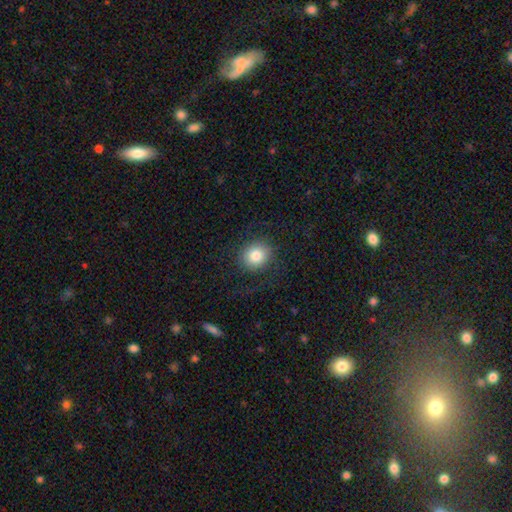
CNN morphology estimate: Smooth or featured? Predicted: smooth (p=0.80). How rounded? Predicted: round (p=0.80). Merging? Predicted: none (p=0.82).